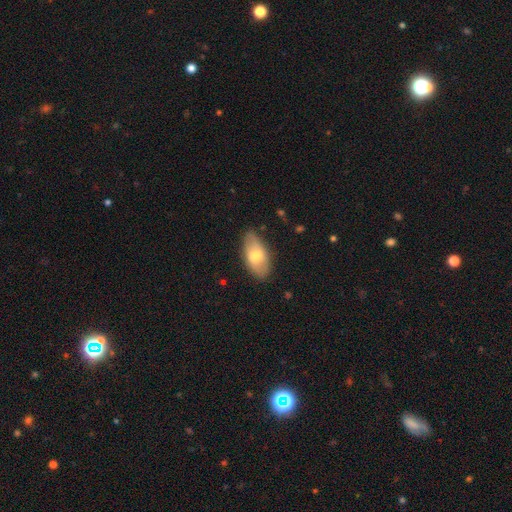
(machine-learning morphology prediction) The model was most divided on "smooth or featured": smooth: 63%, featured or disk: 31%, star or artifact: 6%. More confident: how rounded — in between (93%); merging — none (78%).